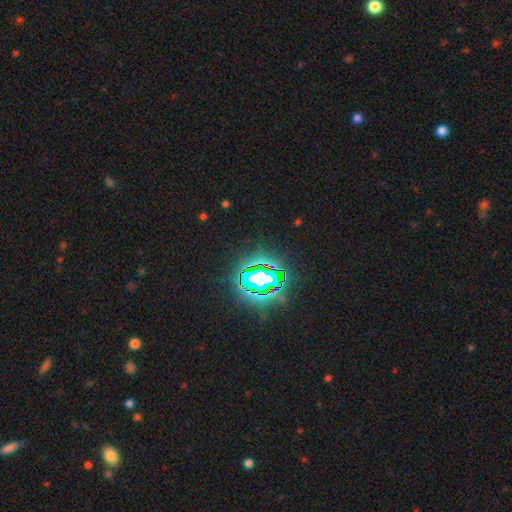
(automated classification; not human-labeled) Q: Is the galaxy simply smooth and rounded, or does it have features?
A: star or artifact — 84%.